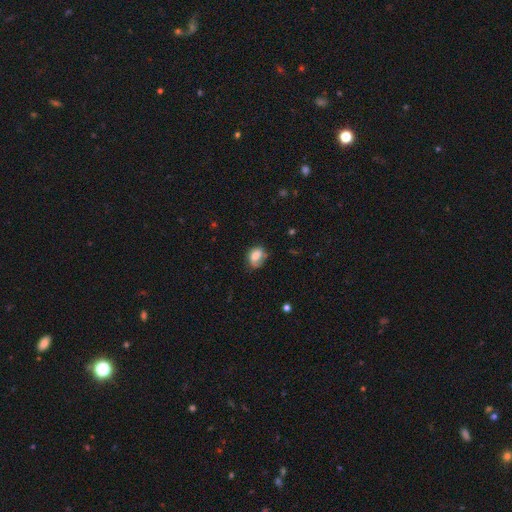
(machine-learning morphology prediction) Smooth or featured? Predicted: smooth (p=0.68). How rounded? Predicted: in between (p=0.67). Merging? Predicted: none (p=0.50).